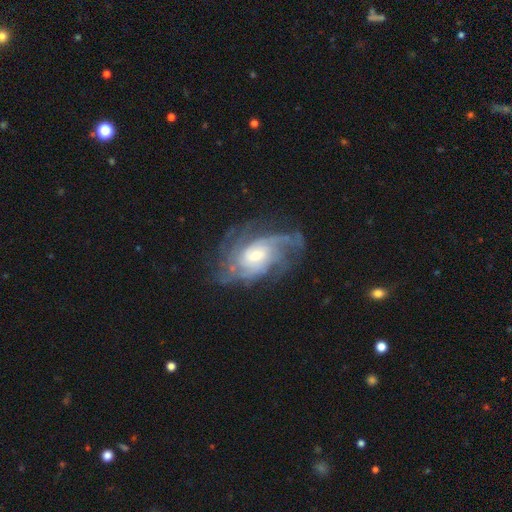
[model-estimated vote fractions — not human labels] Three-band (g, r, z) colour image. It shows a featured or disk galaxy (87%) with no bar (60%), tight (46%) spiral arms (96%) and a moderate central bulge (47%). Merging: none (63%).